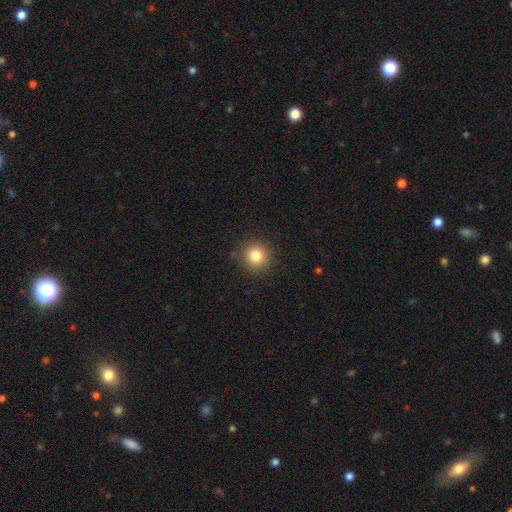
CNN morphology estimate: The model was most divided on "smooth or featured": smooth: 83%, star or artifact: 11%, featured or disk: 6%. More confident: how rounded — round (93%); merging — none (89%).